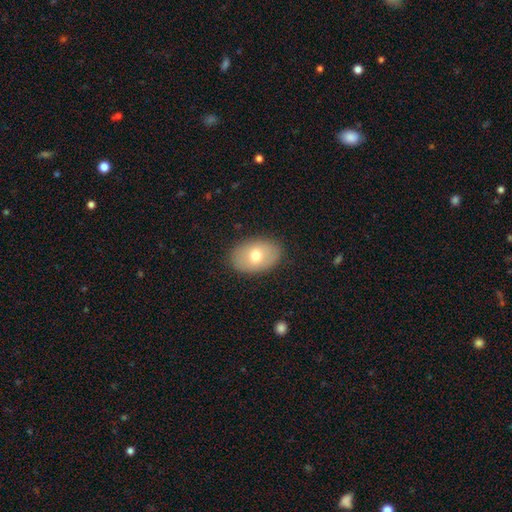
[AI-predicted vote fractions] A smooth galaxy with no disk features (70%) that is in between round and cigar-shaped (84%).

Vote fractions:
- Smooth or featured? smooth: 70% / featured or disk: 23% / star or artifact: 8%
- How rounded? in between: 84% / round: 15% / cigar-shaped: 1%
- Merging? none: 88% / minor disturbance: 9% / major disturbance: 2% / merger: 1%